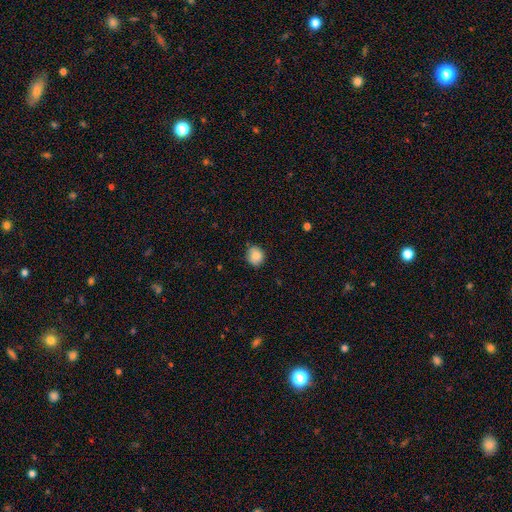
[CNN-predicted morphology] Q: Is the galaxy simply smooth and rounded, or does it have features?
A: smooth — 85%.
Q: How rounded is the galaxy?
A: round — 81%.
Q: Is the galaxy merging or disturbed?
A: none — 77%.